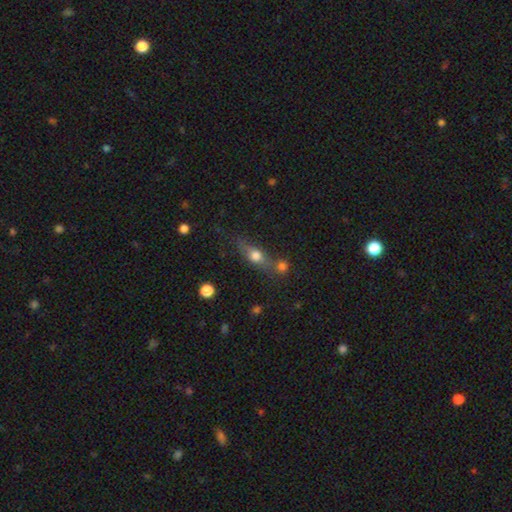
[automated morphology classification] smooth-or-featured: smooth: 56% | featured or disk: 32% | star or artifact: 12%
  how-rounded: in between: 48% | cigar-shaped: 33% | round: 19%
  merging: none: 55% | merger: 21% | minor disturbance: 17% | major disturbance: 8%